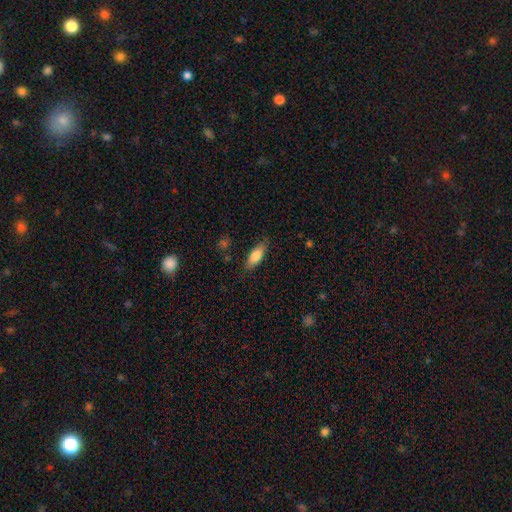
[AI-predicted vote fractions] smooth 80%, featured or disk 13%, star or artifact 7%. Down the decision tree: how rounded — in between (69%); merging — none (83%).